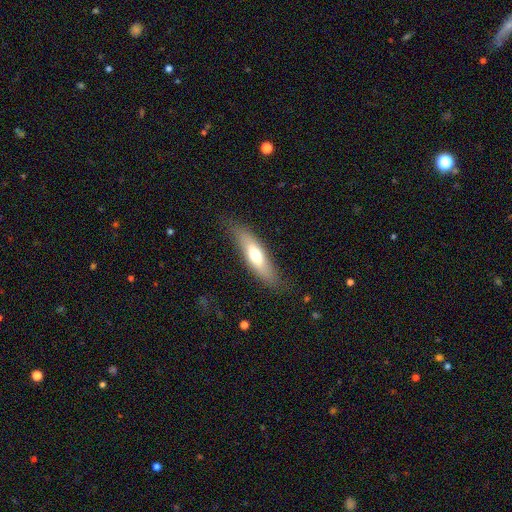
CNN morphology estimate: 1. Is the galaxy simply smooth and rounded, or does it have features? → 60% smooth, 34% featured or disk, 6% star or artifact.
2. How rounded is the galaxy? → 60% cigar-shaped, 38% in between, 2% round.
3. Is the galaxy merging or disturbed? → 80% none, 15% minor disturbance, 4% major disturbance, 1% merger.